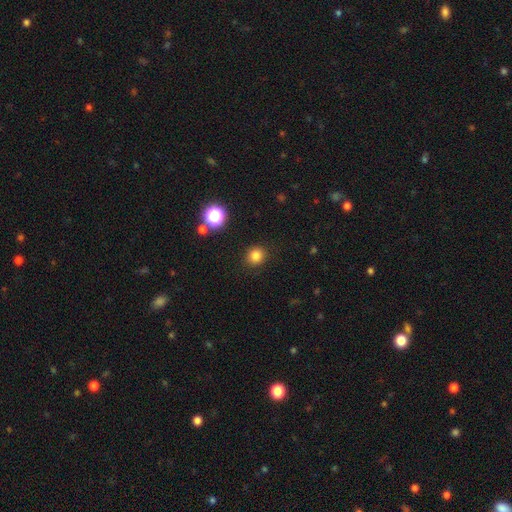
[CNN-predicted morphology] Q: Smooth or featured?
A: smooth (81%); runner-up: star or artifact (14%)
Q: How rounded?
A: round (89%); runner-up: in between (10%)
Q: Merging?
A: none (90%); runner-up: minor disturbance (6%)